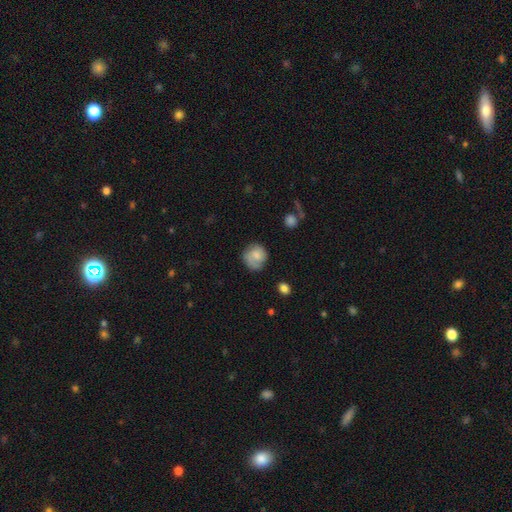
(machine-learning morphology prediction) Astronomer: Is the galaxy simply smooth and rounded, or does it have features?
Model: smooth — 63%.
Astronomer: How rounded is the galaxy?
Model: round — 79%.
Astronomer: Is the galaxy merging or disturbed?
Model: none — 60%.